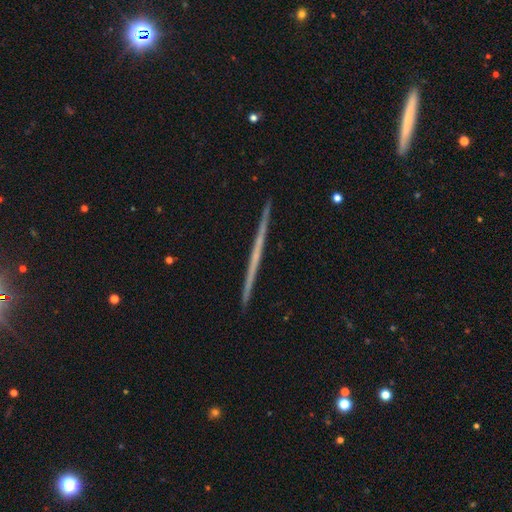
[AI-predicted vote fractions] This is likely a featured or disk galaxy (68%). It is clearly viewed edge-on (98%). Edge-on bulge: clearly none (88%). Merging: clearly none (92%).